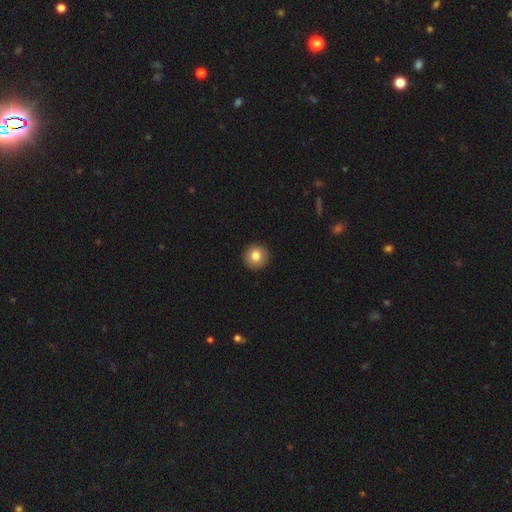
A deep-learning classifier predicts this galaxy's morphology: This appears to be a smooth galaxy with no disk features (81%) that is round (95%). Merging: none (93%).